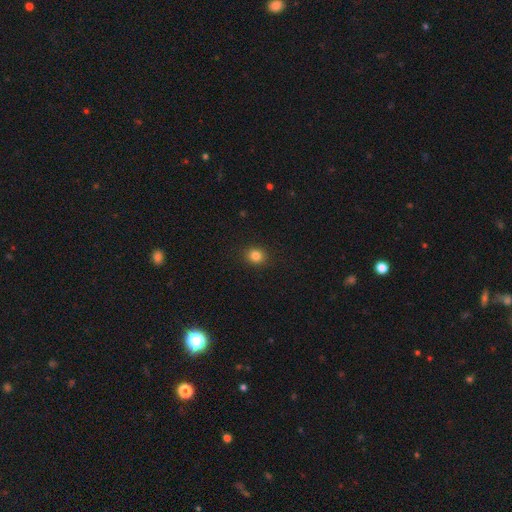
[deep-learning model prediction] A smooth galaxy with no disk features (84%) that is round (73%).

Vote fractions:
- Smooth or featured? smooth: 84% / star or artifact: 12% / featured or disk: 5%
- How rounded? round: 73% / in between: 27% / cigar-shaped: 1%
- Merging? none: 91% / minor disturbance: 6% / major disturbance: 2% / merger: 1%